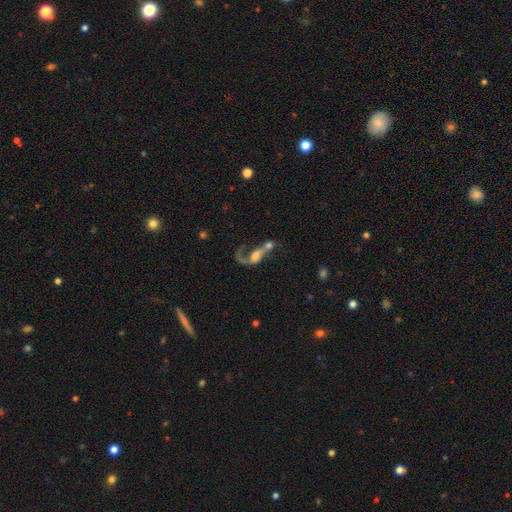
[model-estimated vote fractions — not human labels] A featured or disk galaxy (63%) with no bar (61%), spiral arms (71%) and a moderate central bulge (33%).

Vote fractions:
- Smooth or featured? featured or disk: 63% / smooth: 26% / star or artifact: 11%
- Edge-on disk? no: 92% / yes: 8%
- Bar? no: 61% / weak: 28% / strong: 11%
- Spiral arms? yes: 71% / no: 29%
- Bulge size? moderate: 33% / large: 22% / none: 20% / small: 19% / dominant: 5%
- Merging? merger: 57% / major disturbance: 22% / none: 14% / minor disturbance: 6%